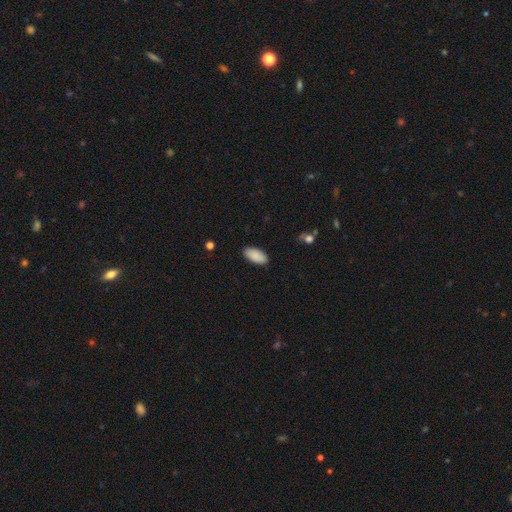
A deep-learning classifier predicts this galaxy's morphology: smooth 90%, star or artifact 6%, featured or disk 4%. Down the decision tree: how rounded — in between (93%); merging — none (89%).